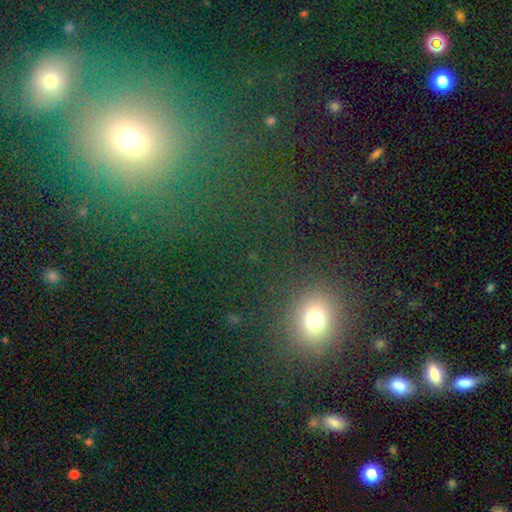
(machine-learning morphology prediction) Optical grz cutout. It shows a smooth galaxy with no disk features (63%) that is round (70%). Merging: none (84%).